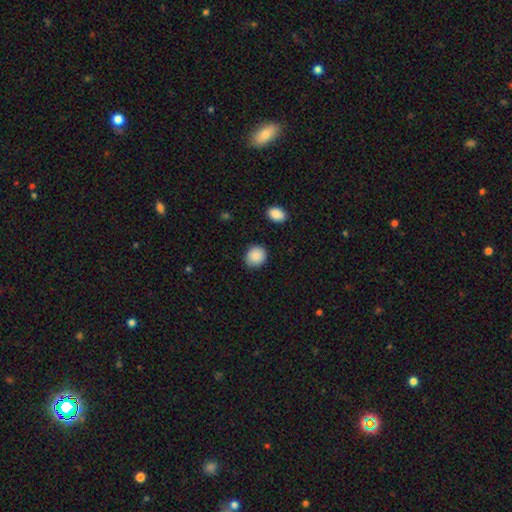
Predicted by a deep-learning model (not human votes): The model was most divided on "how rounded": round: 80%, in between: 19%, cigar-shaped: 1%. More confident: smooth or featured — smooth (88%); merging — none (85%).